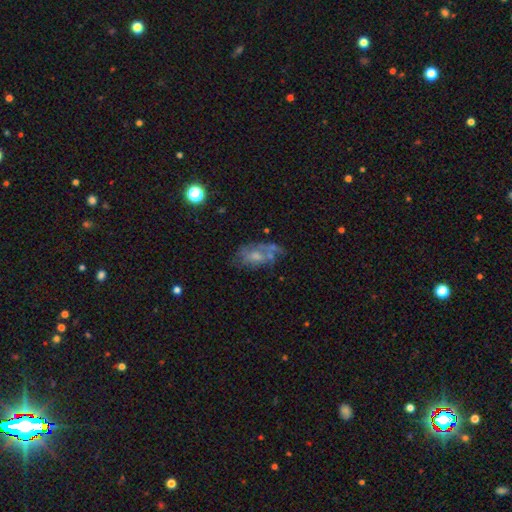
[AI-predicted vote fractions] Overall: featured or disk (51%; smooth 39%). Edge-on disk: no (94%). Merging: none (36%; minor disturbance 26%).